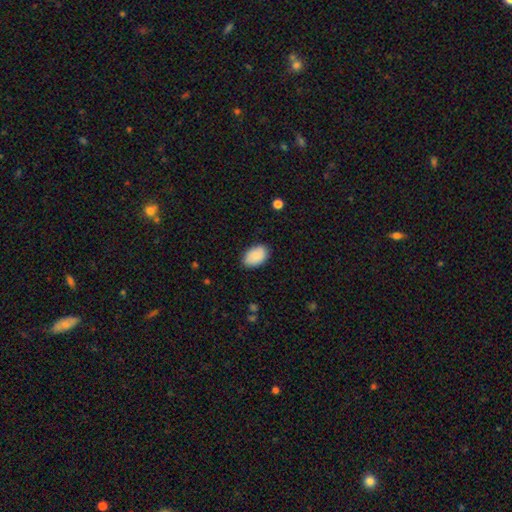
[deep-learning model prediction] Smooth or featured? smooth (82%)
How rounded? in between (89%)
Merging? none (83%)